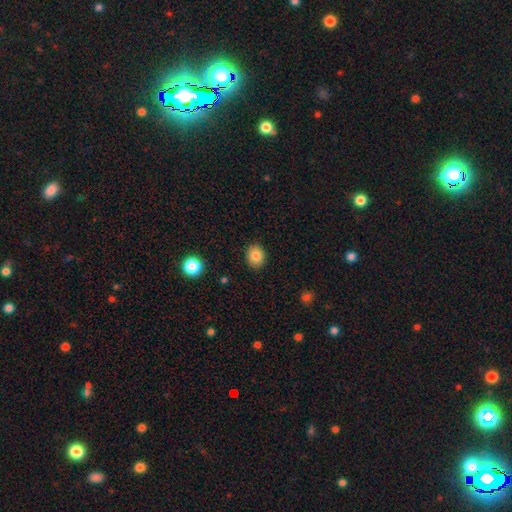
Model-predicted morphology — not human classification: A smooth galaxy with no disk features (84%) that is round (63%).

Vote fractions:
- Smooth or featured? smooth: 84% / star or artifact: 10% / featured or disk: 7%
- How rounded? round: 63% / in between: 36% / cigar-shaped: 1%
- Merging? none: 88% / minor disturbance: 8% / major disturbance: 2% / merger: 1%